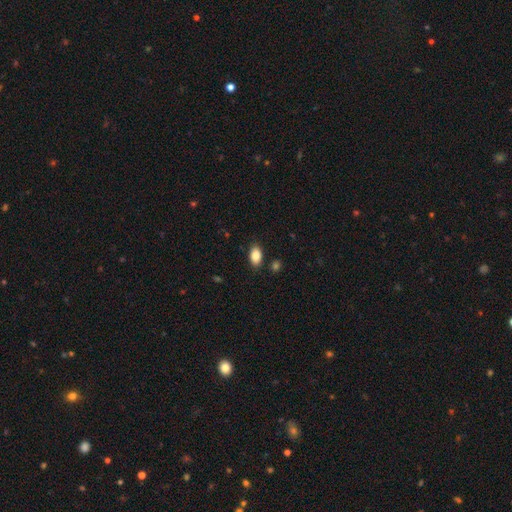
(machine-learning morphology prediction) type=smooth (88%); roundness=in between (91%); merging=none (84%).